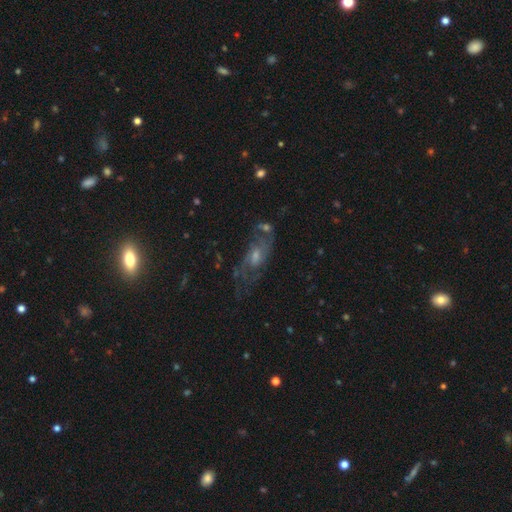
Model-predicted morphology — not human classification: Smooth or featured? featured or disk (65%)
Edge-on disk? no (87%)
Bar? no (62%)
Spiral arms? yes (79%)
Bulge size? moderate (50%)
Merging? none (55%)